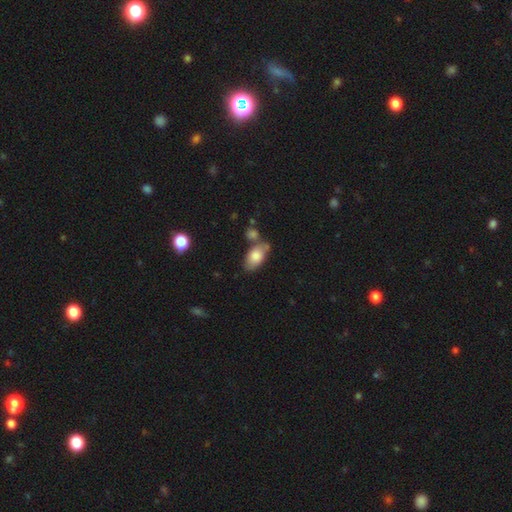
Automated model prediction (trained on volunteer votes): Smooth or featured? smooth (80%)
How rounded? in between (91%)
Merging? none (52%)